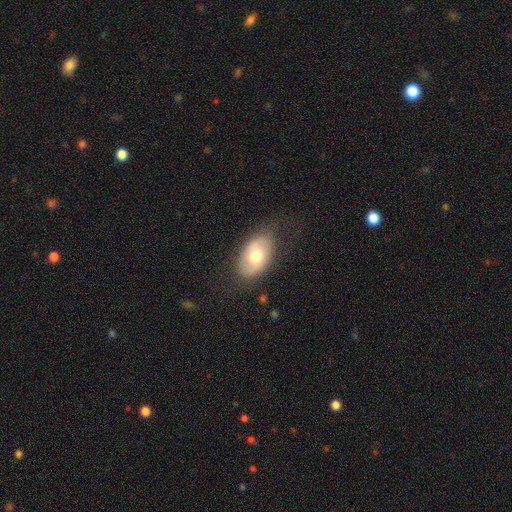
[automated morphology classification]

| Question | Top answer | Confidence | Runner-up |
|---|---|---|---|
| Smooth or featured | smooth | 59% | featured or disk (35%) |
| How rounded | in between | 91% | round (7%) |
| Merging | none | 71% | minor disturbance (19%) |